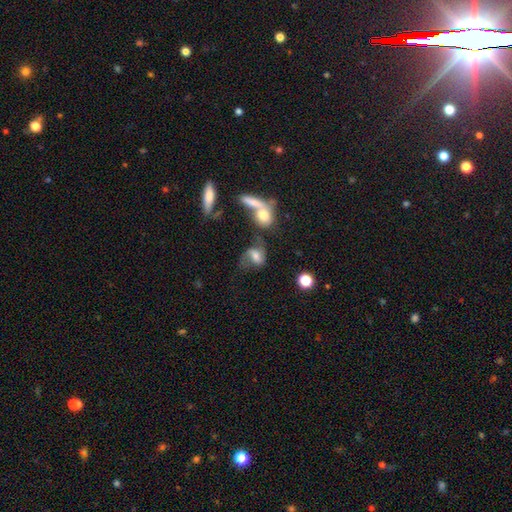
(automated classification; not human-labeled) A smooth galaxy with no disk features (46%). Merging: none (39%).